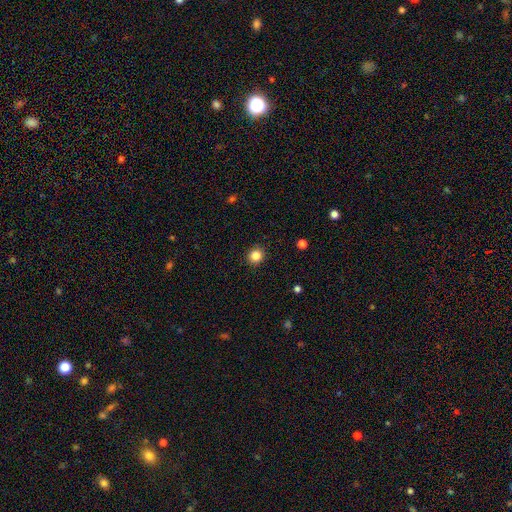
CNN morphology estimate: smooth-or-featured: smooth: 85% | star or artifact: 11% | featured or disk: 4%
  how-rounded: round: 91% | in between: 8% | cigar-shaped: 1%
  merging: none: 92% | minor disturbance: 6% | major disturbance: 2% | merger: 1%